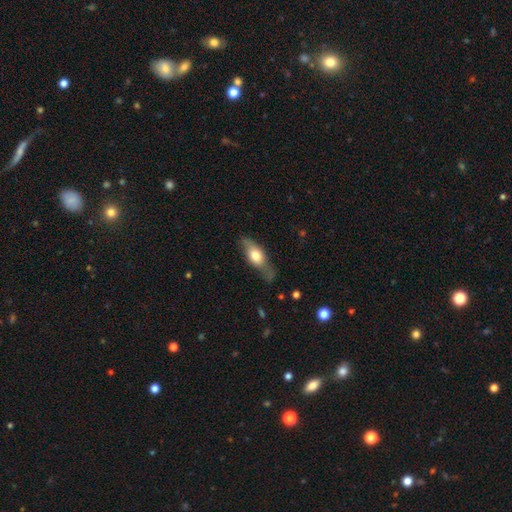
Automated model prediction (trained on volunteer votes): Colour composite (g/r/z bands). It shows a smooth galaxy with no disk features (58%) that is in between round and cigar-shaped (68%). Merging: none (61%).